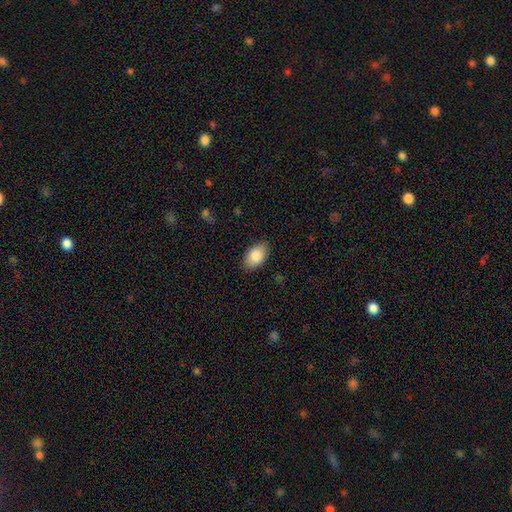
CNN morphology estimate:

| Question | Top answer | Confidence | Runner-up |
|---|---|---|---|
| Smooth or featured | smooth | 86% | featured or disk (7%) |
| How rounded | in between | 93% | round (5%) |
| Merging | none | 86% | minor disturbance (11%) |